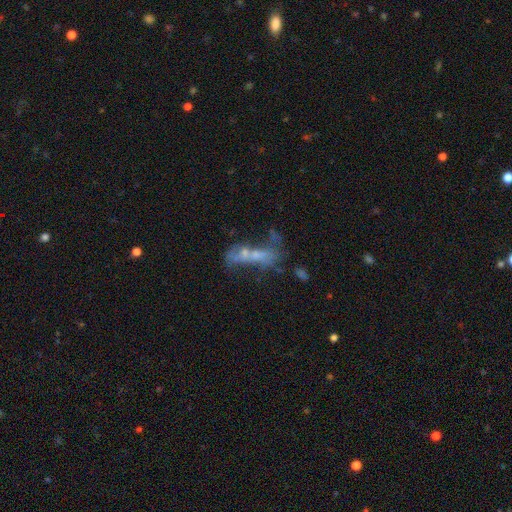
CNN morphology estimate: A featured or disk galaxy (49%).

Vote fractions:
- Smooth or featured? featured or disk: 49% / smooth: 33% / star or artifact: 18%
- Merging? merger: 35% / none: 27% / major disturbance: 25% / minor disturbance: 14%